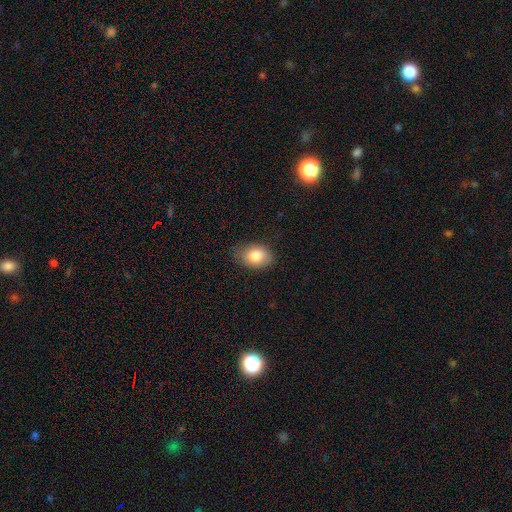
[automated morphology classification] smooth 84%, featured or disk 9%, star or artifact 7%. Down the decision tree: how rounded — in between (82%); merging — none (74%).